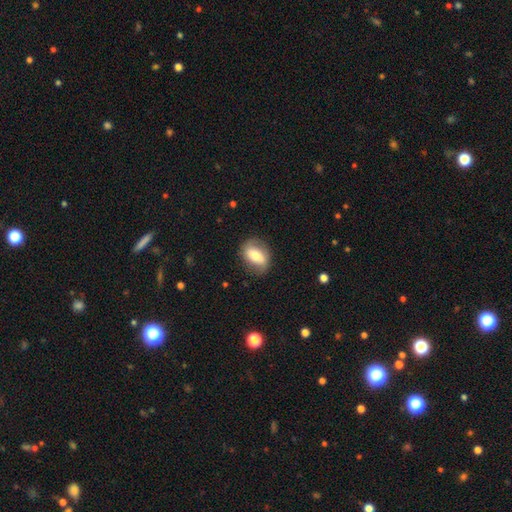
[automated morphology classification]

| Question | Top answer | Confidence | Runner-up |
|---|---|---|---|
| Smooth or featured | smooth | 57% | featured or disk (36%) |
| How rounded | in between | 74% | round (23%) |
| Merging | none | 77% | minor disturbance (16%) |